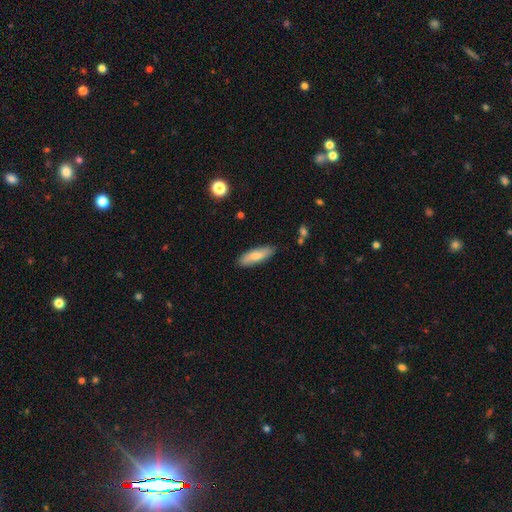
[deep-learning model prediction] smooth 75%, featured or disk 19%, star or artifact 6%. Down the decision tree: how rounded — cigar-shaped (53%); merging — none (85%).